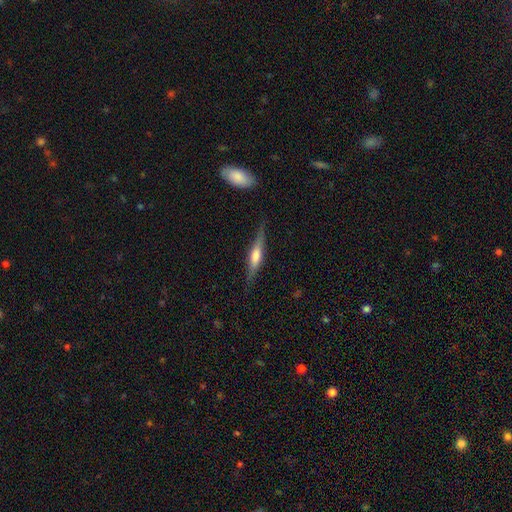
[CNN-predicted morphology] The model was most divided on "smooth or featured": featured or disk: 59%, smooth: 35%, star or artifact: 6%. More confident: edge-on disk — yes (96%); merging — none (84%); edge-on bulge — rounded (70%).